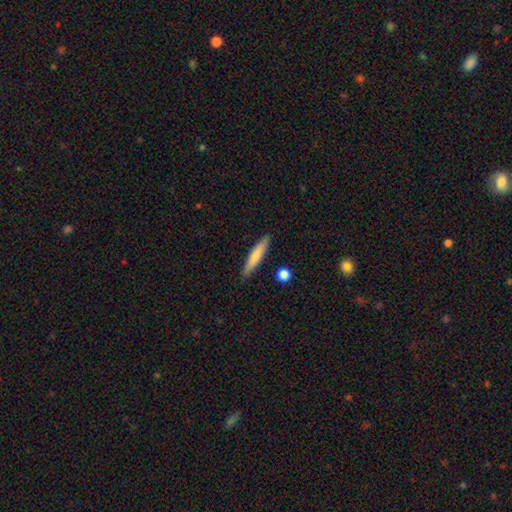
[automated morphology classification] Smooth or featured? smooth (72%)
How rounded? cigar-shaped (90%)
Merging? none (88%)